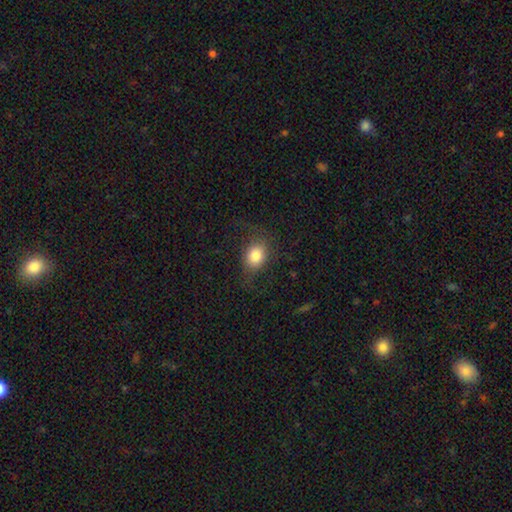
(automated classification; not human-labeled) Smooth or featured?
  - smooth: 77% *
  - featured or disk: 14%
  - star or artifact: 9%
How rounded?
  - in between: 57% *
  - round: 41%
  - cigar-shaped: 1%
Merging?
  - none: 66% *
  - minor disturbance: 18%
  - major disturbance: 14%
  - merger: 1%